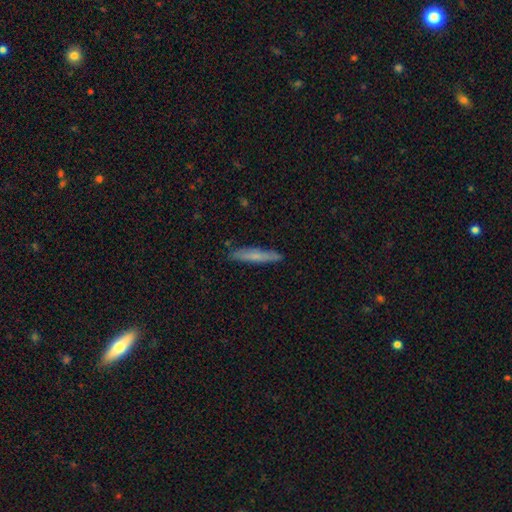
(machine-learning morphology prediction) smooth 64%, featured or disk 30%, star or artifact 6%. Down the decision tree: how rounded — cigar-shaped (93%); merging — none (87%).